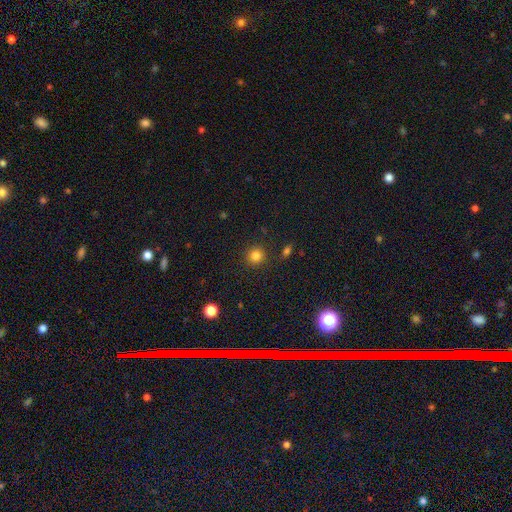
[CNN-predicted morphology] The model was most divided on "smooth or featured": smooth: 82%, star or artifact: 13%, featured or disk: 5%. More confident: how rounded — round (91%); merging — none (89%).